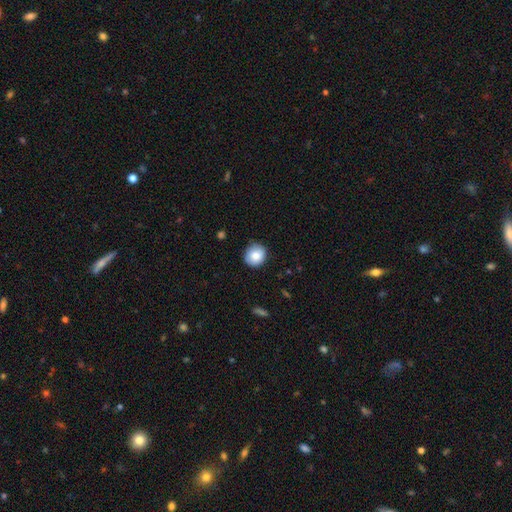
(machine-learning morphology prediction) Overall: smooth (83%). How rounded: round (84%). Merging: none (83%).